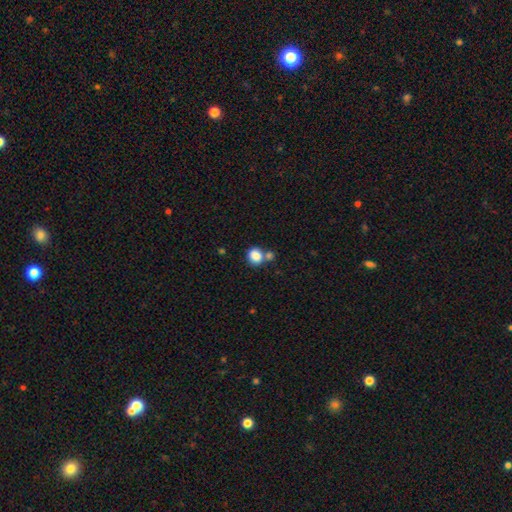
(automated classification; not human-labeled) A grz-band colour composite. It shows a smooth galaxy with no disk features (85%) that is round (75%). Merging: none (55%).